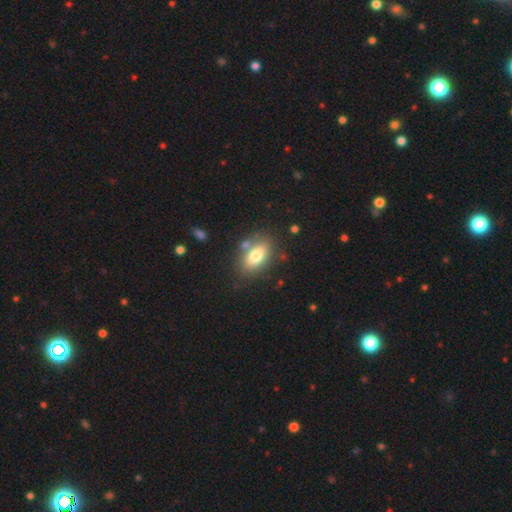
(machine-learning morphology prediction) smooth 75%, featured or disk 17%, star or artifact 8%. Down the decision tree: how rounded — in between (87%); merging — none (74%).